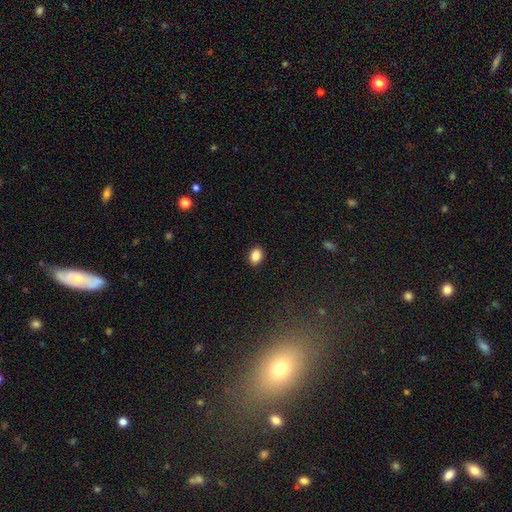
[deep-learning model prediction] This is clearly a smooth galaxy (87%). How rounded: likely in between (73%). Merging: clearly none (90%).